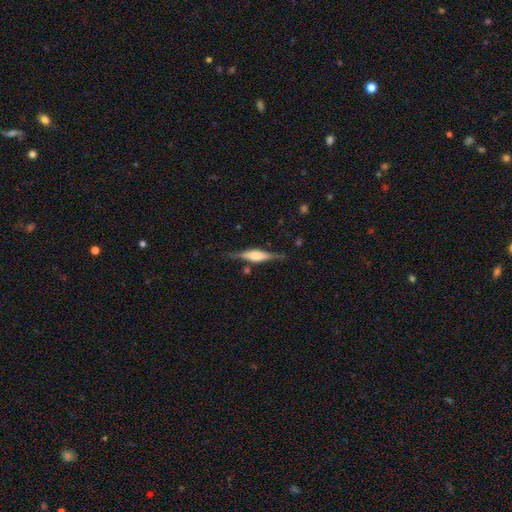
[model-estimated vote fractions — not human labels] Overall: featured or disk (71%). Edge-on disk: yes (97%). Edge-on bulge: rounded (65%; boxy 31%). Merging: none (82%).